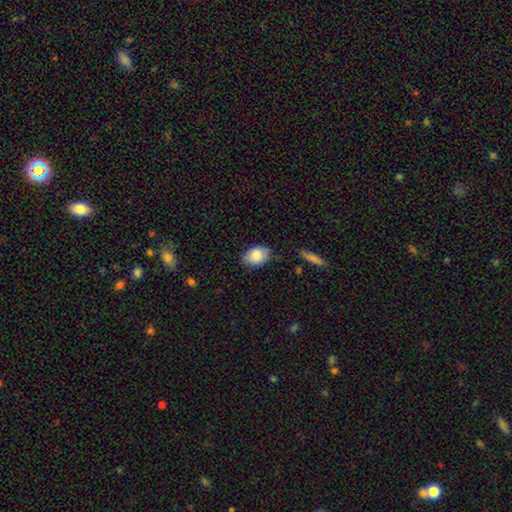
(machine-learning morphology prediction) A smooth galaxy with no disk features (86%) that is in between round and cigar-shaped (85%).

Vote fractions:
- Smooth or featured? smooth: 86% / featured or disk: 7% / star or artifact: 7%
- How rounded? in between: 85% / round: 14% / cigar-shaped: 1%
- Merging? none: 82% / minor disturbance: 14% / major disturbance: 3% / merger: 2%